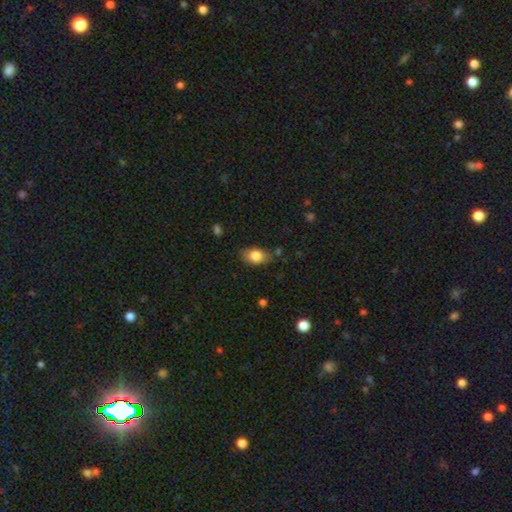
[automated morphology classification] smooth 82%, featured or disk 10%, star or artifact 8%. Down the decision tree: how rounded — in between (82%); merging — none (74%).